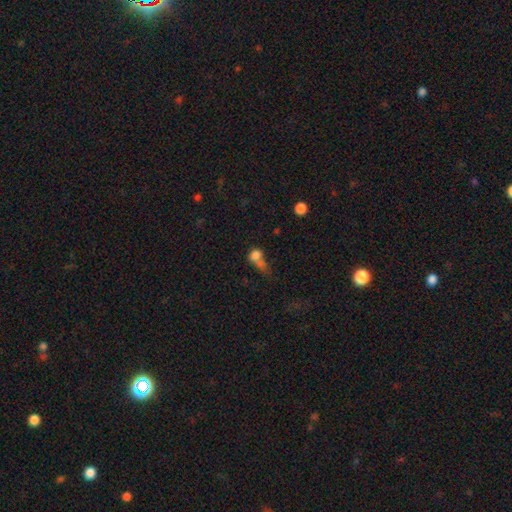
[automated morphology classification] Q: Smooth or featured?
A: smooth (72%); runner-up: featured or disk (14%)
Q: How rounded?
A: round (48%); tied with: in between (48%)
Q: Merging?
A: merger (49%); runner-up: none (20%)